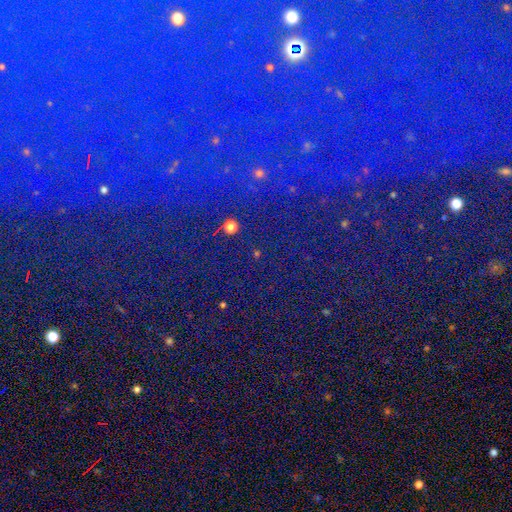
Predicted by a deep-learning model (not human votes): This appears to be a star or artifact, not a galaxy (80%).